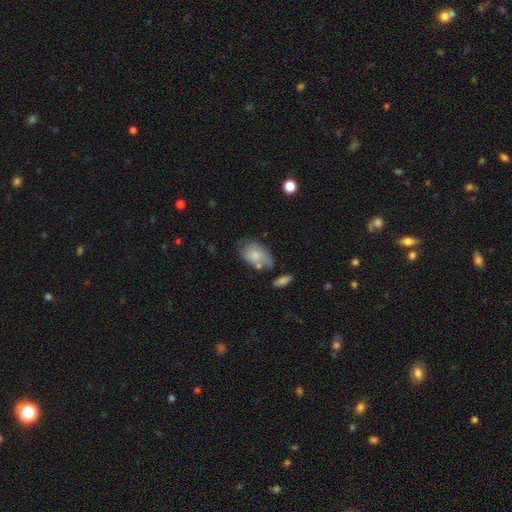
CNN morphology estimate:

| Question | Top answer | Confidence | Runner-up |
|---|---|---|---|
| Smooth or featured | smooth | 78% | featured or disk (15%) |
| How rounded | in between | 84% | round (15%) |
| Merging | none | 53% | minor disturbance (27%) |